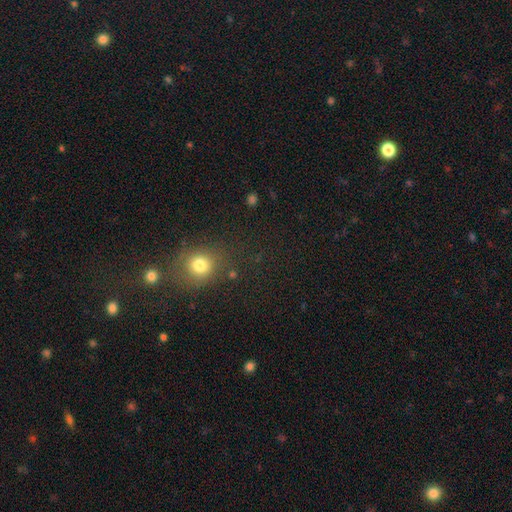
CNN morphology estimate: Smooth or featured? smooth (56%)
How rounded? round (81%)
Merging? none (74%)